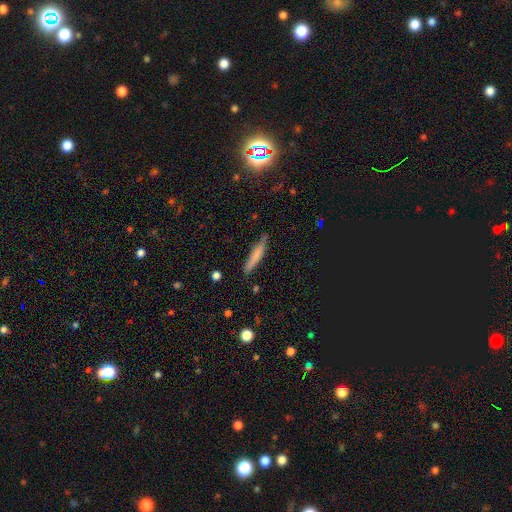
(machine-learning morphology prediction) smooth_or_featured: smooth (p=0.68) [alt: featured or disk p=0.25]
how_rounded: cigar-shaped (p=0.91) [alt: in between p=0.07]
merging: none (p=0.79) [alt: minor disturbance p=0.16]